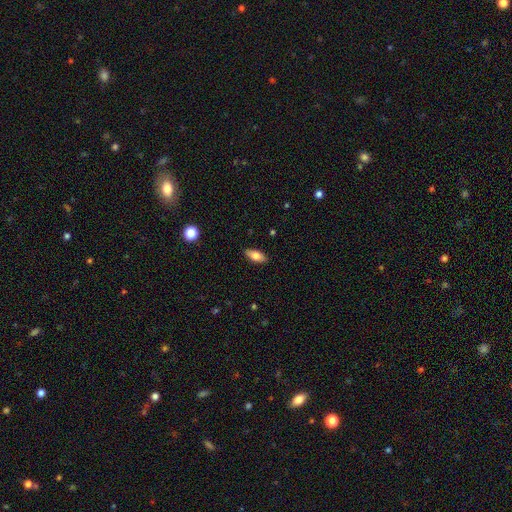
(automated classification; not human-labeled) This appears to be a smooth galaxy with no disk features (77%) that is in between round and cigar-shaped (84%). Merging: none (89%).